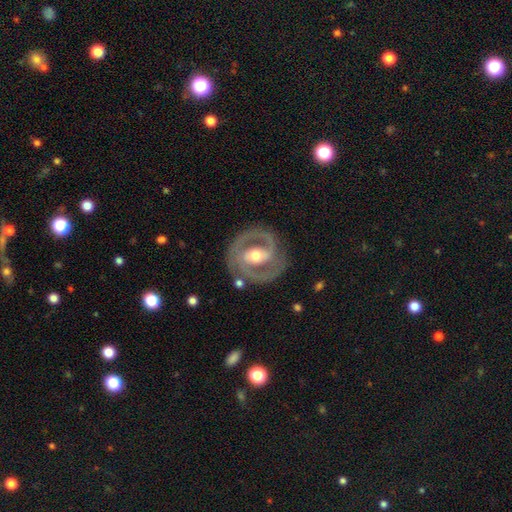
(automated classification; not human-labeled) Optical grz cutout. It shows a featured or disk galaxy (88%) with a weak bar (41%), 2 (87%) tight (48%) spiral arms (93%) and a moderate central bulge (74%). Merging: none (81%).